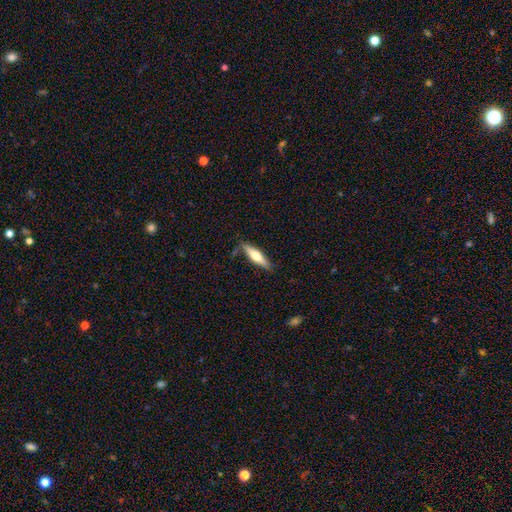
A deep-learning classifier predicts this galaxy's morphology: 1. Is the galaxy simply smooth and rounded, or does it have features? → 51% featured or disk, 44% smooth, 5% star or artifact.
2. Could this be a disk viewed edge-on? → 94% yes, 6% no.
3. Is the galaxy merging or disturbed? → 79% none, 14% minor disturbance, 3% major disturbance, 3% merger.